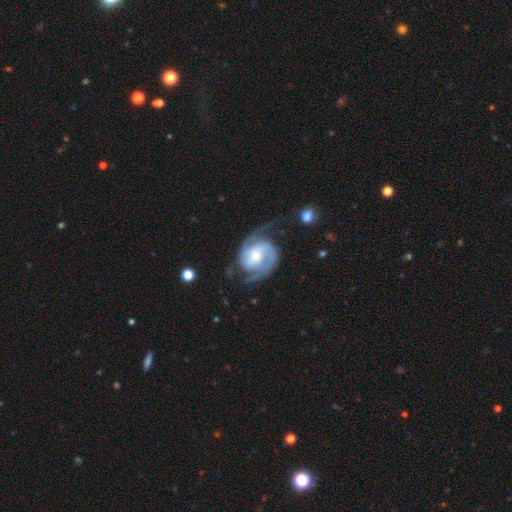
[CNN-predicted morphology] The model was most divided on "bulge size": moderate: 50%, small: 41%, large: 5%, none: 2%, dominant: 1%. Remaining: edge-on disk — no (98%); spiral arms — yes (97%); smooth or featured — featured or disk (87%); spiral arm count — 2 (84%); merging — none (61%); bar — no (53%); spiral winding — medium (47%).